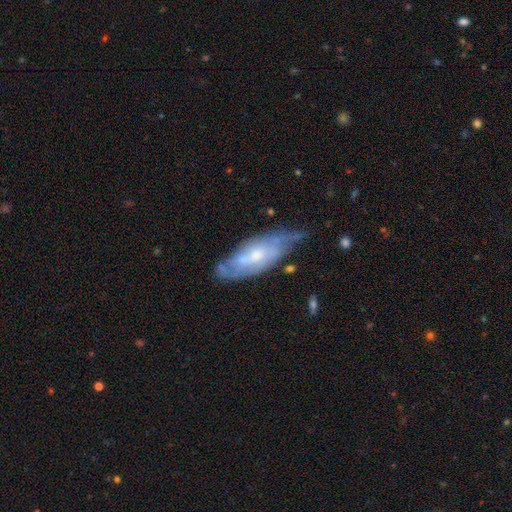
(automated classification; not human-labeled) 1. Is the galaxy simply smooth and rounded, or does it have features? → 64% featured or disk, 29% smooth, 6% star or artifact.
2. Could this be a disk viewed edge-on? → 81% no, 19% yes.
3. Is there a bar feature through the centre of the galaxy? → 62% no, 32% weak, 6% strong.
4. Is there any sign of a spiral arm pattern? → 72% yes, 28% no.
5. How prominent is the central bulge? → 48% moderate, 42% small, 5% none, 4% large, 1% dominant.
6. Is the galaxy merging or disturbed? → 51% none, 33% minor disturbance, 12% major disturbance, 4% merger.